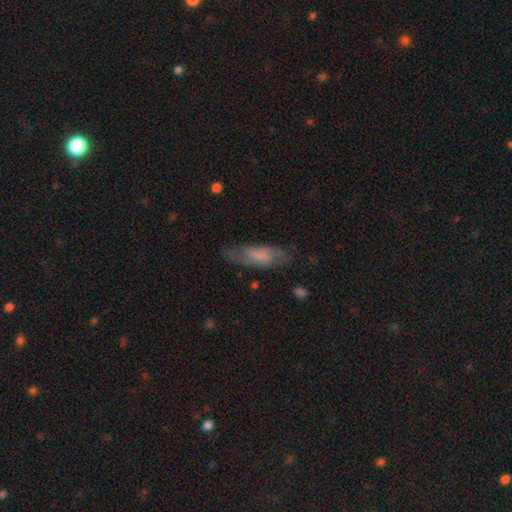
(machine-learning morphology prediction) type=featured or disk (50%); merging=none (72%).